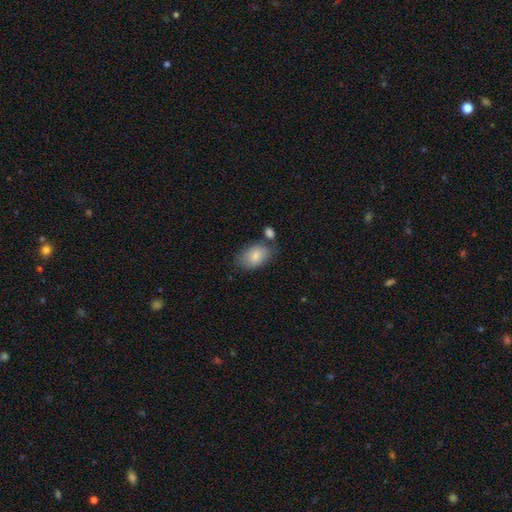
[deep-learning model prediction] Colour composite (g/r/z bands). It shows a smooth galaxy with no disk features (82%) that is in between round and cigar-shaped (89%). Merging: none (58%).